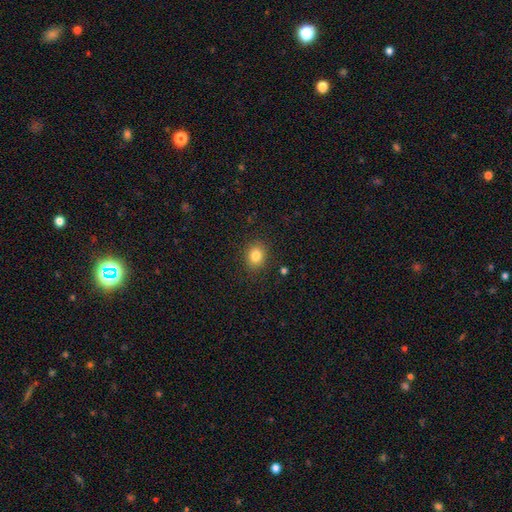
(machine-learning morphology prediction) The model was most divided on "how rounded": round: 64%, in between: 35%, cigar-shaped: 1%. More confident: merging — none (88%); smooth or featured — smooth (83%).